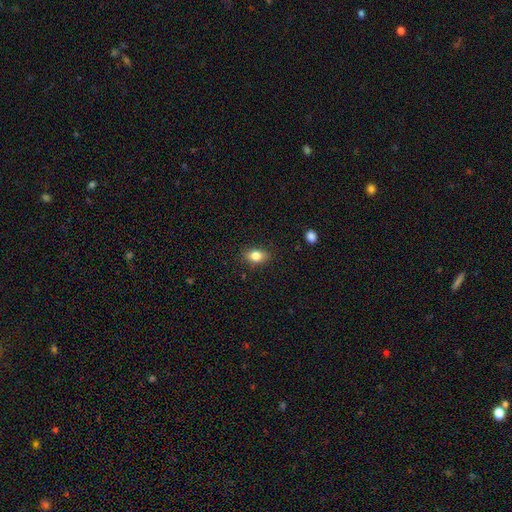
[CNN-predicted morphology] smooth 81%, featured or disk 10%, star or artifact 9%. Down the decision tree: how rounded — in between (78%); merging — none (86%).